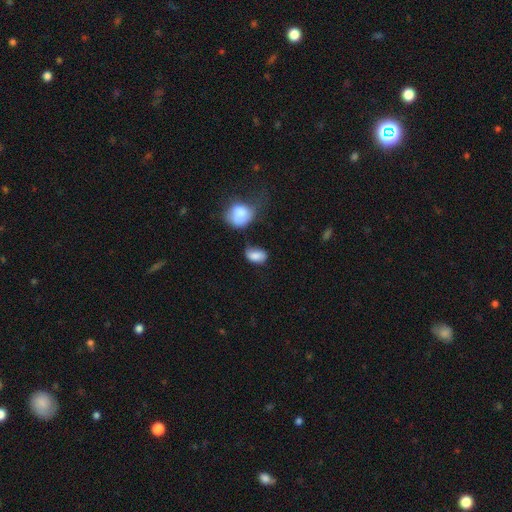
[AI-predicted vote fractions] Morphology: type=smooth (82%); roundness=in between (86%); merging=none (46%).